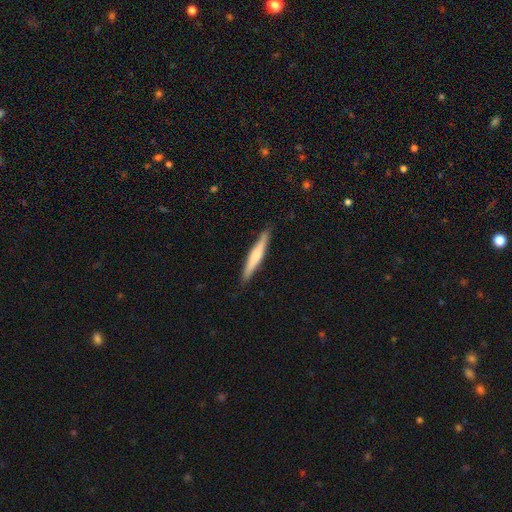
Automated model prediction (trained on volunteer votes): A smooth galaxy with no disk features (52%) that is cigar-shaped (94%).

Vote fractions:
- Smooth or featured? smooth: 52% / featured or disk: 43% / star or artifact: 5%
- How rounded? cigar-shaped: 94% / in between: 5% / round: 1%
- Merging? none: 89% / minor disturbance: 9% / major disturbance: 2% / merger: 1%